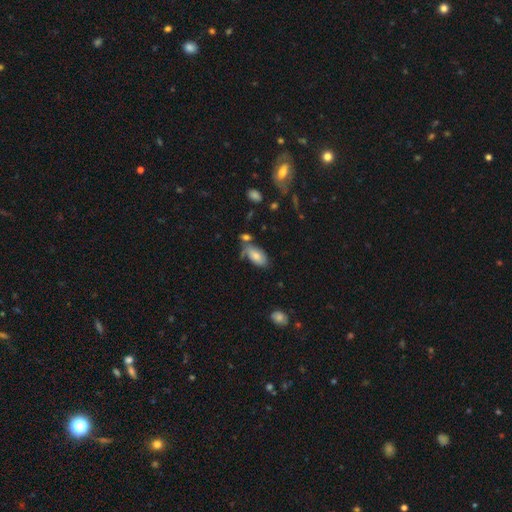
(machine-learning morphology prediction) Smooth or featured: smooth — 72% (featured or disk — 20%)
How rounded: in between — 93% (cigar-shaped — 5%)
Merging: none — 49% (minor disturbance — 24%)